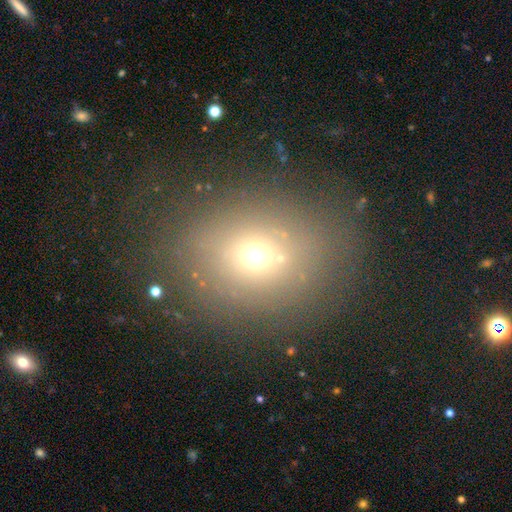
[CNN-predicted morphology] Overall: smooth (61%). How rounded: round (55%; in between 44%). Merging: none (71%).